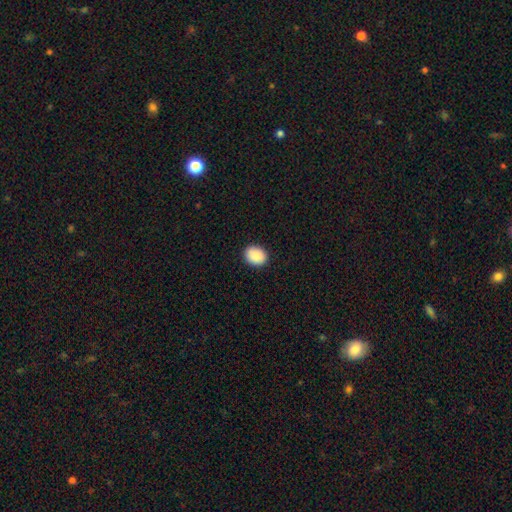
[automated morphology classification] The model was most divided on "how rounded": in between: 51%, round: 49%, cigar-shaped: 1%. More confident: smooth or featured — smooth (90%); merging — none (90%).